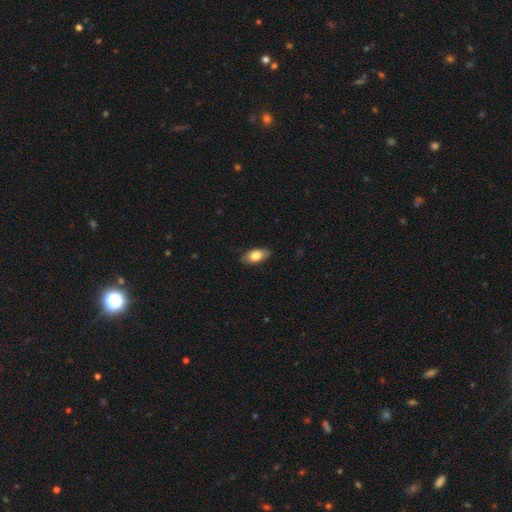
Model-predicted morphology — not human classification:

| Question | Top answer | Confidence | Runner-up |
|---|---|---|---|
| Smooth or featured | smooth | 77% | featured or disk (17%) |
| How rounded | in between | 89% | cigar-shaped (7%) |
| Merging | none | 84% | minor disturbance (13%) |